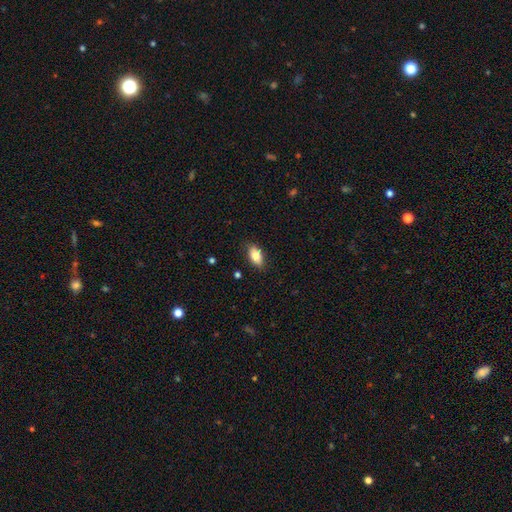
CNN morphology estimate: This is clearly a smooth galaxy (81%). How rounded: clearly in between (90%). Merging: clearly none (86%).